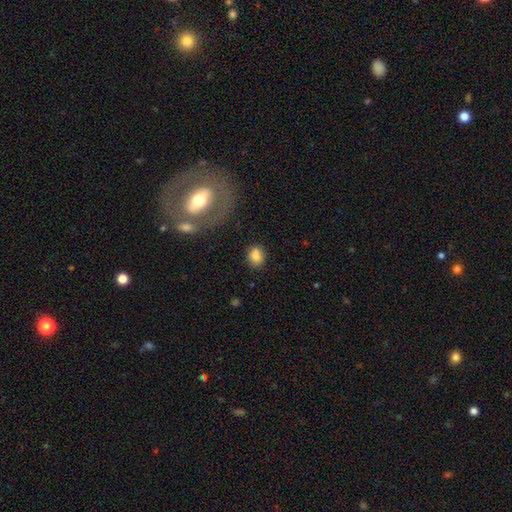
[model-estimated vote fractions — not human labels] smooth-or-featured: smooth: 79% | featured or disk: 11% | star or artifact: 10%
  how-rounded: round: 59% | in between: 40% | cigar-shaped: 1%
  merging: none: 66% | merger: 16% | minor disturbance: 13% | major disturbance: 4%